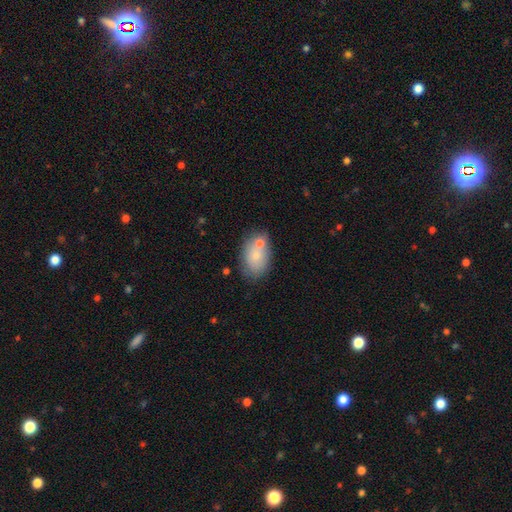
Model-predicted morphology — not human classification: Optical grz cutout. It shows a smooth galaxy with no disk features (73%) that is in between round and cigar-shaped (83%). Merging: none (54%).